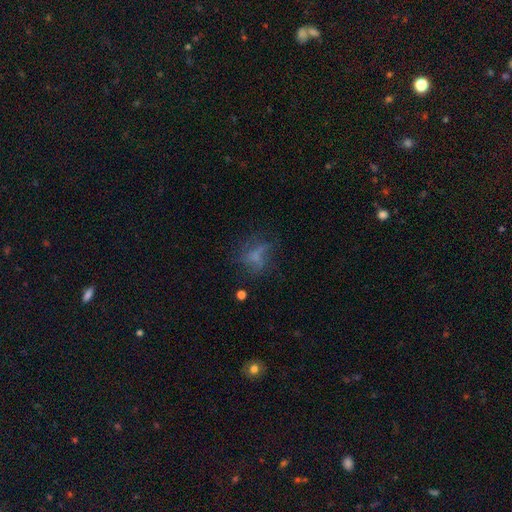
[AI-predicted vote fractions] smooth_or_featured: smooth (p=0.44) [alt: featured or disk p=0.35]
merging: none (p=0.48) [alt: major disturbance p=0.29]